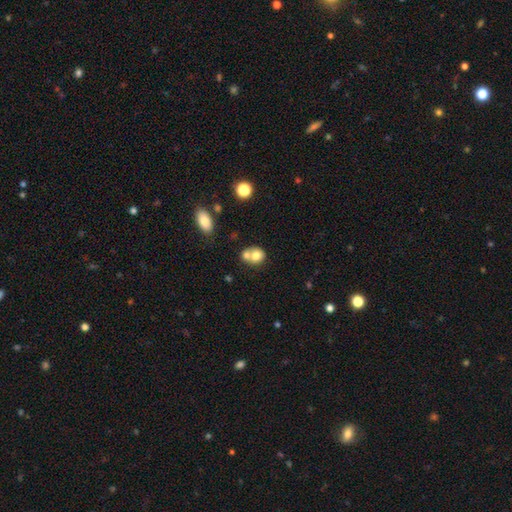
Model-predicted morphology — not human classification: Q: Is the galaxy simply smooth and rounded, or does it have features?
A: smooth — 73%.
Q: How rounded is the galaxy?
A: round — 64%.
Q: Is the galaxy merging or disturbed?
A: merger — 55%.